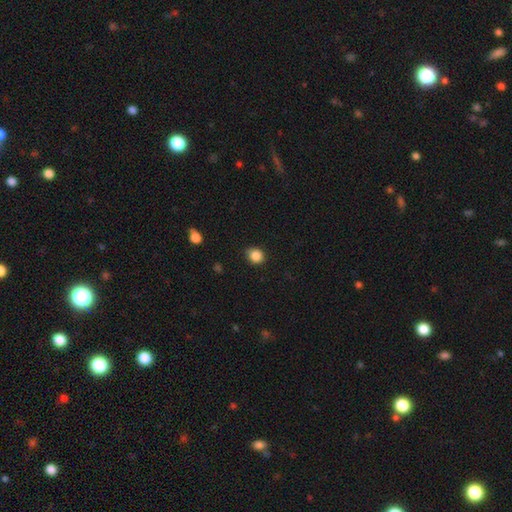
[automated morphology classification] Q: Smooth or featured?
A: smooth (87%); runner-up: star or artifact (10%)
Q: How rounded?
A: round (79%); runner-up: in between (20%)
Q: Merging?
A: none (83%); runner-up: minor disturbance (13%)